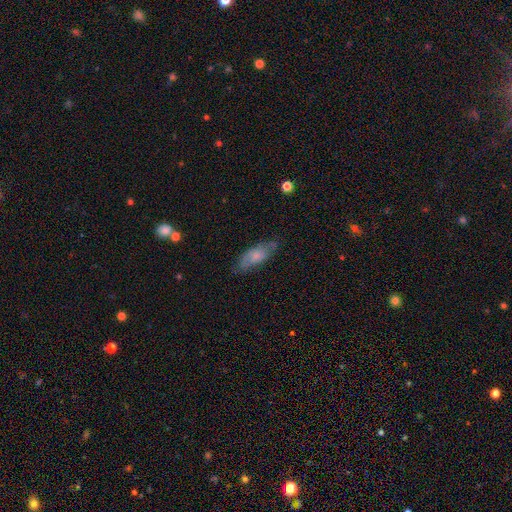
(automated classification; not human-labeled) smooth 59%, featured or disk 34%, star or artifact 7%. Down the decision tree: how rounded — in between (68%); merging — none (71%).